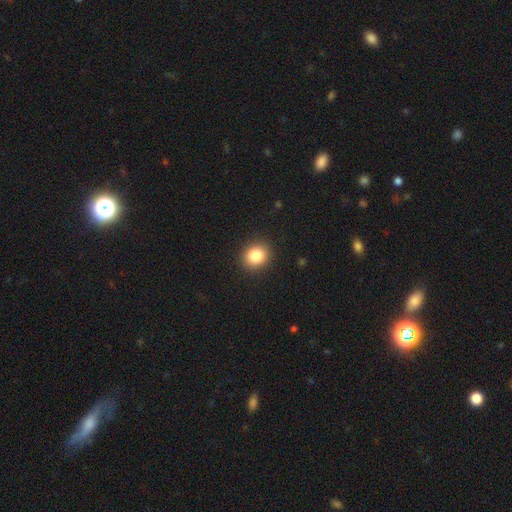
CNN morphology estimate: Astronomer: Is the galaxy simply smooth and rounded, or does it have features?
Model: smooth — 84%.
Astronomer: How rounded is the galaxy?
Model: round — 76%.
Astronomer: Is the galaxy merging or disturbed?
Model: none — 91%.